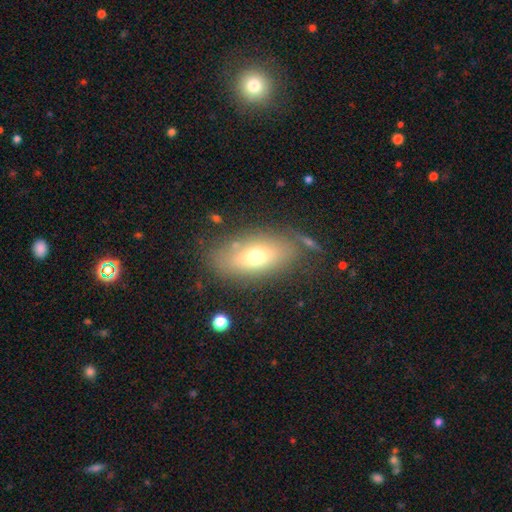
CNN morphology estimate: Q: Smooth or featured?
A: smooth (66%); runner-up: featured or disk (25%)
Q: How rounded?
A: in between (85%); runner-up: cigar-shaped (9%)
Q: Merging?
A: none (73%); runner-up: minor disturbance (16%)